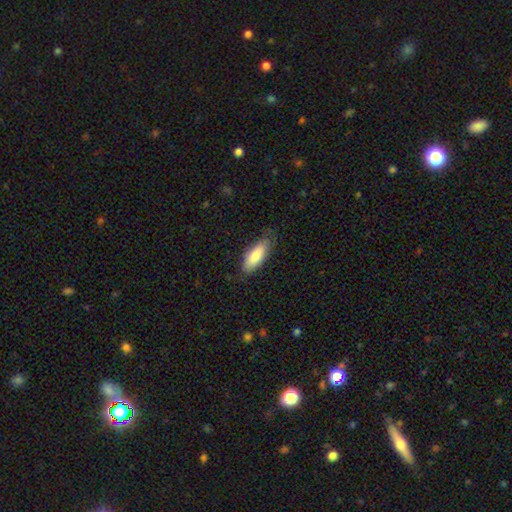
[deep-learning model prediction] This is clearly a smooth galaxy (80%). How rounded: likely in between (75%). Merging: likely none (75%).